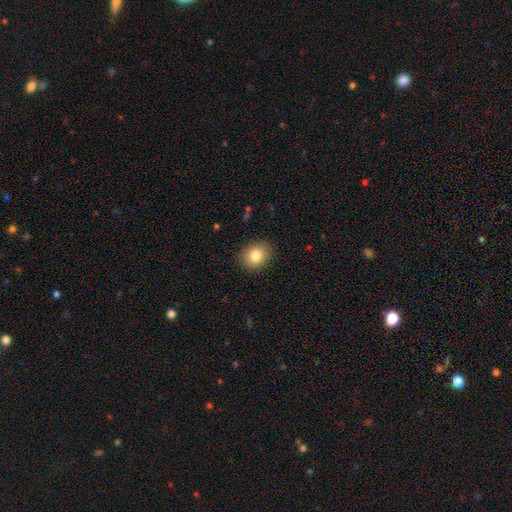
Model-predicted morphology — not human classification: Q: Smooth or featured?
A: smooth (83%); runner-up: star or artifact (9%)
Q: How rounded?
A: round (54%); runner-up: in between (46%)
Q: Merging?
A: none (89%); runner-up: minor disturbance (8%)